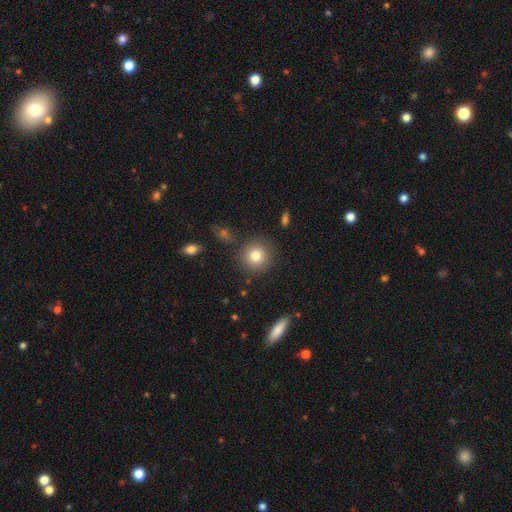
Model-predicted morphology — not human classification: Smooth or featured? smooth (81%)
How rounded? round (91%)
Merging? none (86%)